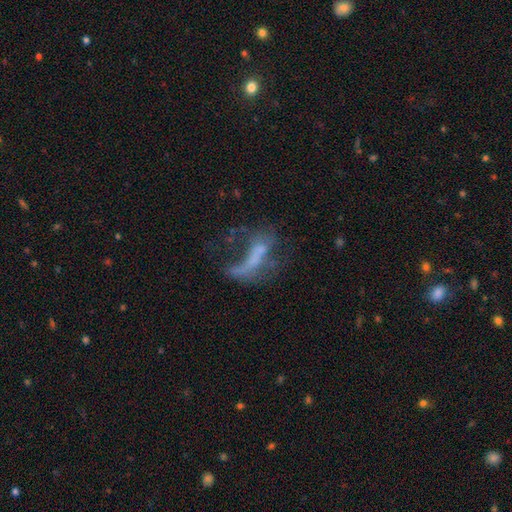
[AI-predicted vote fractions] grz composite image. It shows a featured or disk galaxy (57%) with no bar (59%), no spiral arms (66%) and no central bulge (58%). Merging: major disturbance (48%).